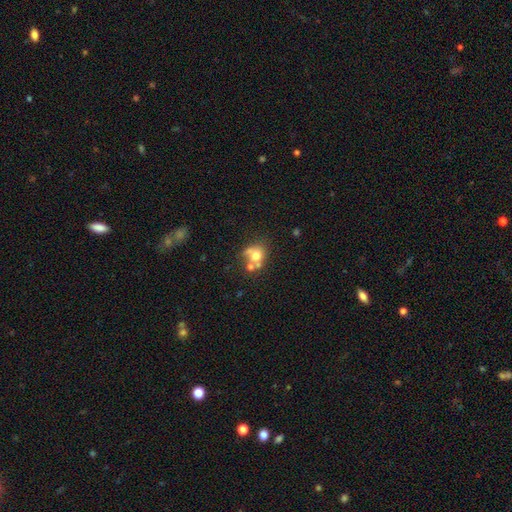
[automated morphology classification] The model was most divided on "merging": merger: 43%, none: 35%, minor disturbance: 13%, major disturbance: 8%. More confident: how rounded — round (69%); smooth or featured — smooth (65%).